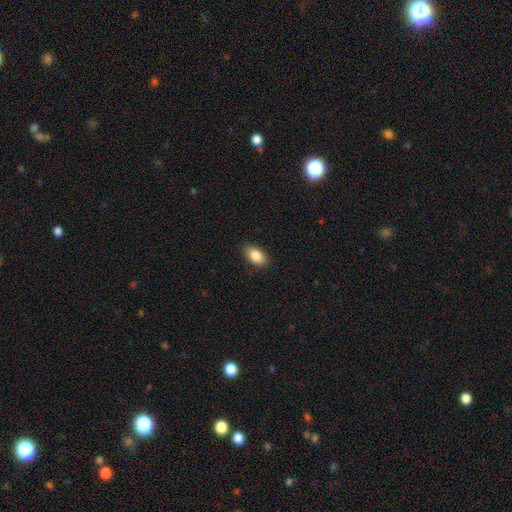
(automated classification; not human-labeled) Q: Smooth or featured?
A: smooth (87%); runner-up: star or artifact (7%)
Q: How rounded?
A: in between (92%); runner-up: round (6%)
Q: Merging?
A: none (89%); runner-up: minor disturbance (8%)